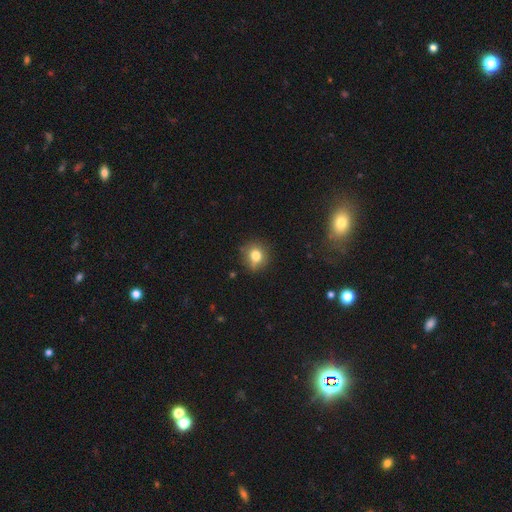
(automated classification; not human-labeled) Overall: smooth (77%). How rounded: round (80%). Merging: none (75%).